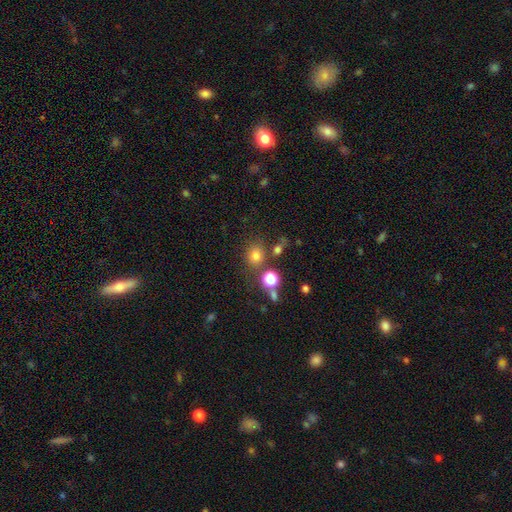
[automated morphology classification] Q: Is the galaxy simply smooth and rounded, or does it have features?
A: smooth — 75%.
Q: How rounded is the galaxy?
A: round — 79%.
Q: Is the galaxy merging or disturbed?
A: none — 75%.